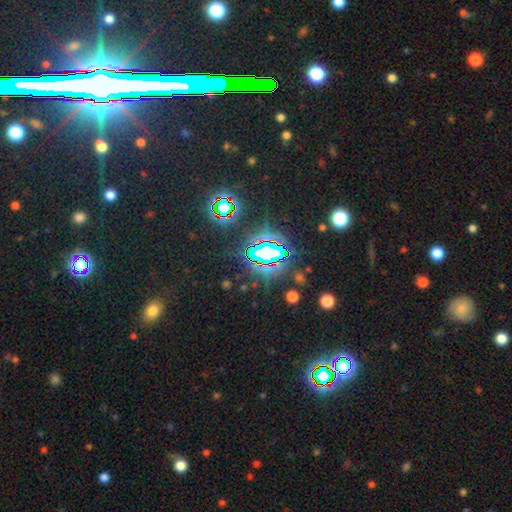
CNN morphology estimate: Overall: star or artifact (81%).